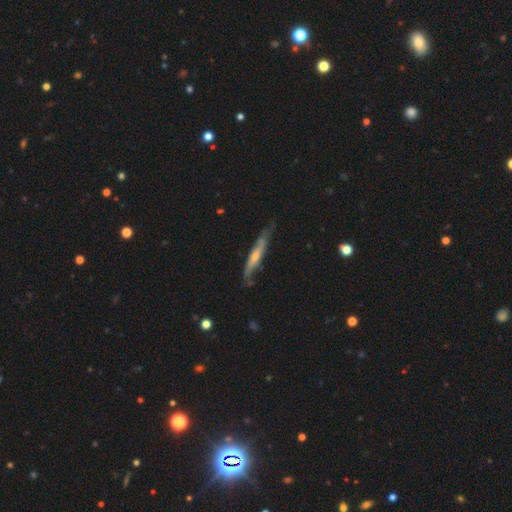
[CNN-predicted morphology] smooth-or-featured: featured or disk: 64% | smooth: 29% | star or artifact: 7%
  disk-edge-on: yes: 77% | no: 23%
  merging: none: 66% | minor disturbance: 25% | major disturbance: 7% | merger: 2%